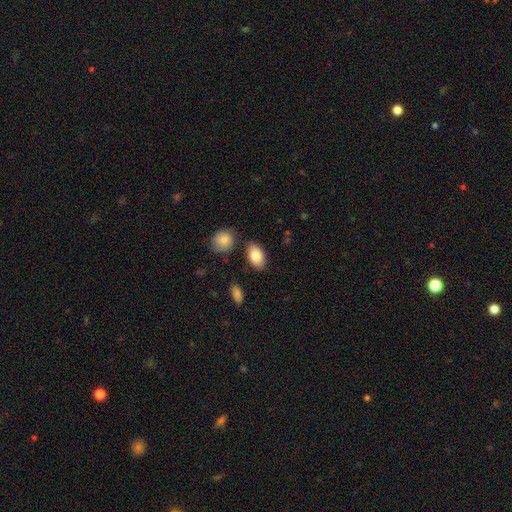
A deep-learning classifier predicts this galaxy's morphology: Smooth or featured? Predicted: smooth (p=0.86). How rounded? Predicted: in between (p=0.92). Merging? Predicted: none (p=0.79).